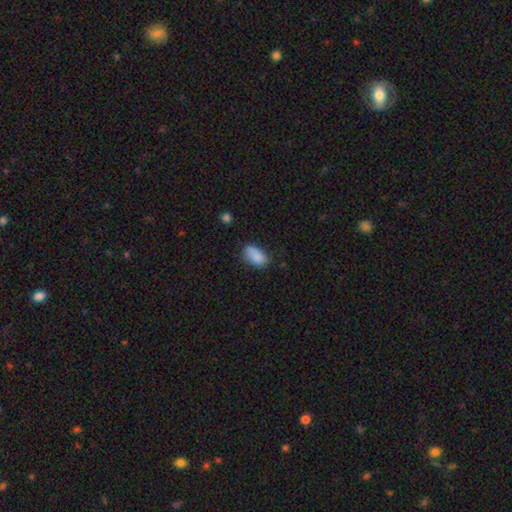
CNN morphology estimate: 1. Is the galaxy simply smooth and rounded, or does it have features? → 85% smooth, 9% star or artifact, 6% featured or disk.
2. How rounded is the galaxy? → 91% in between, 6% round, 3% cigar-shaped.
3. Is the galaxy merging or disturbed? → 62% none, 27% minor disturbance, 7% major disturbance, 4% merger.